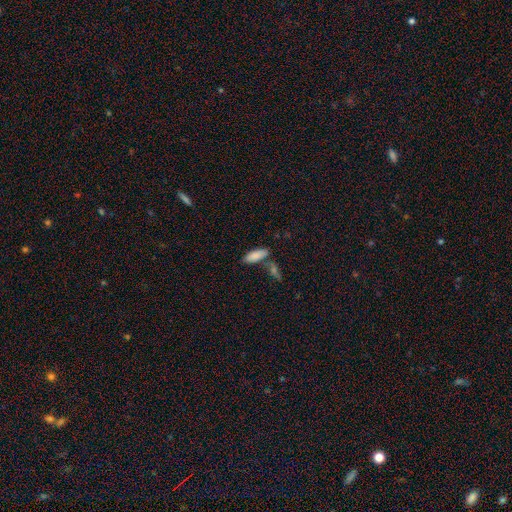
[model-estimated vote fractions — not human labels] Morphology: type=smooth (85%); roundness=in between (72%); merging=none (59%).